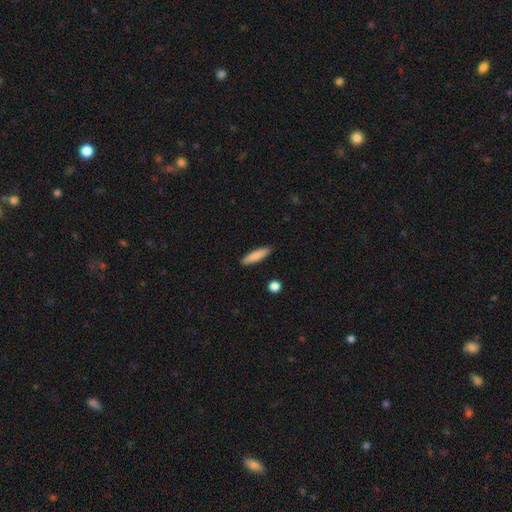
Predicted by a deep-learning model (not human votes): smooth 84%, featured or disk 10%, star or artifact 6%. Down the decision tree: how rounded — cigar-shaped (79%); merging — none (89%).